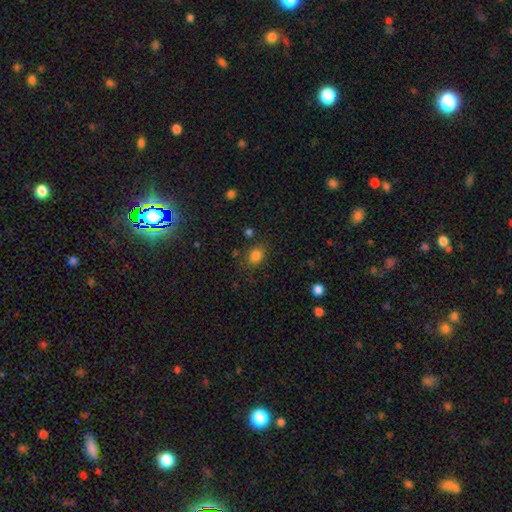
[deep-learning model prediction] Q: Smooth or featured?
A: smooth (83%); runner-up: star or artifact (12%)
Q: How rounded?
A: in between (55%); runner-up: round (44%)
Q: Merging?
A: none (77%); runner-up: minor disturbance (14%)